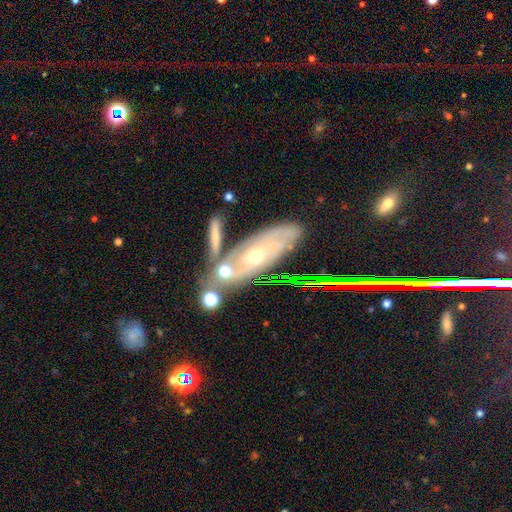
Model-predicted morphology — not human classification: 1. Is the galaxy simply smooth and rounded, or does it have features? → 69% featured or disk, 20% smooth, 12% star or artifact.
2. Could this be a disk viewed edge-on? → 78% no, 22% yes.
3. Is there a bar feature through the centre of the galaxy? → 77% no, 17% weak, 6% strong.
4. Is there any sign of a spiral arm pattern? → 74% yes, 26% no.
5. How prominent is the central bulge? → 53% moderate, 42% small, 2% large, 1% none, 1% dominant.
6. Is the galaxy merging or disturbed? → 63% none, 17% minor disturbance, 13% merger, 6% major disturbance.